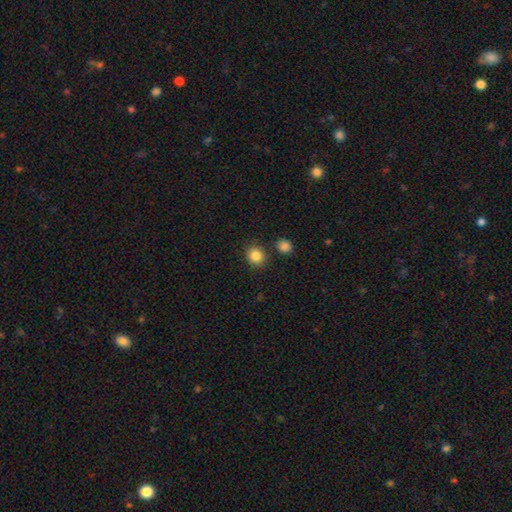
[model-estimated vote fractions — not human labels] Q: Smooth or featured?
A: smooth (86%); runner-up: star or artifact (10%)
Q: How rounded?
A: round (83%); runner-up: in between (16%)
Q: Merging?
A: none (84%); runner-up: minor disturbance (8%)